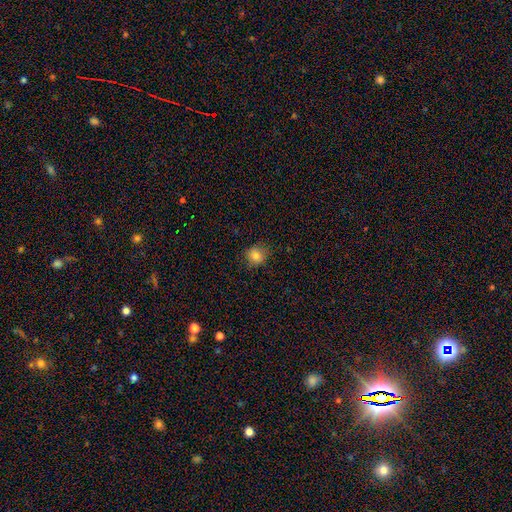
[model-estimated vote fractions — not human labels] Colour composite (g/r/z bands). It shows a smooth galaxy with no disk features (81%) that is round (83%). Merging: none (82%).